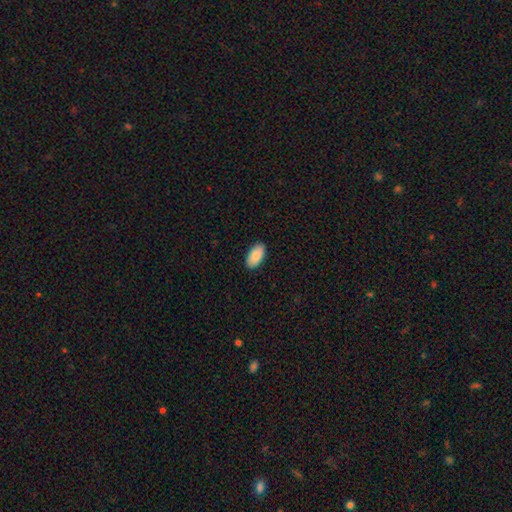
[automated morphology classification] Smooth or featured: smooth — 89% (star or artifact — 6%)
How rounded: in between — 96% (cigar-shaped — 2%)
Merging: none — 90% (minor disturbance — 7%)